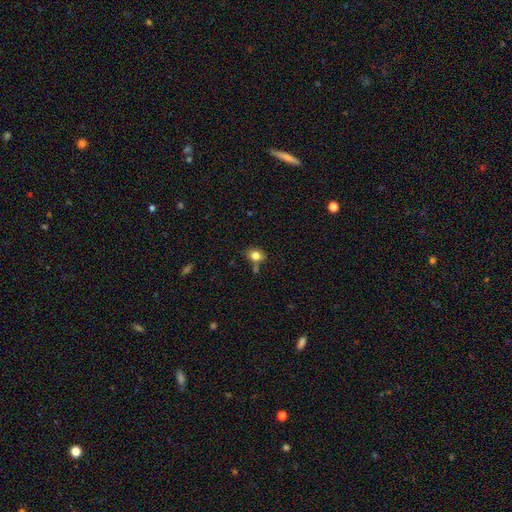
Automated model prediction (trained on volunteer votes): Smooth or featured? Predicted: smooth (p=0.81). How rounded? Predicted: in between (p=0.55). Merging? Predicted: none (p=0.64).